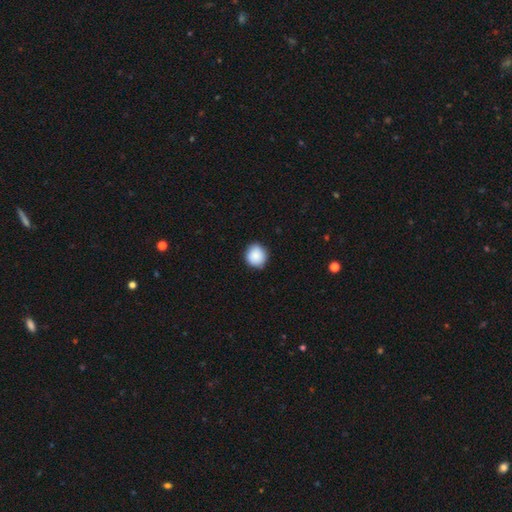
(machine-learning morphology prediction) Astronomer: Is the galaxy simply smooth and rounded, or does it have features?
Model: smooth — 89%.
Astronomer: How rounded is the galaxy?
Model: round — 89%.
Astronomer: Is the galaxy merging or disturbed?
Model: none — 88%.